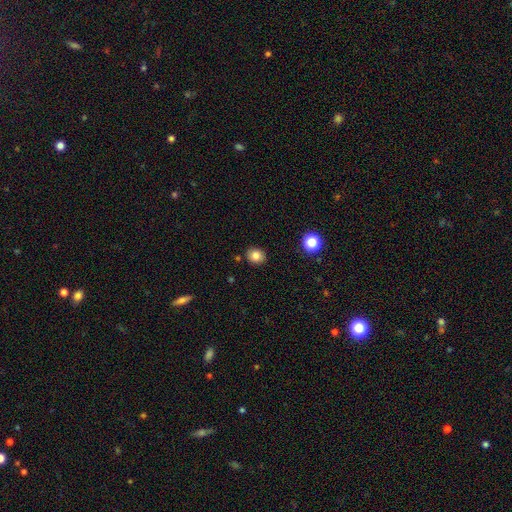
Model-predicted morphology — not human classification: type=smooth (82%); roundness=round (75%); merging=none (88%).